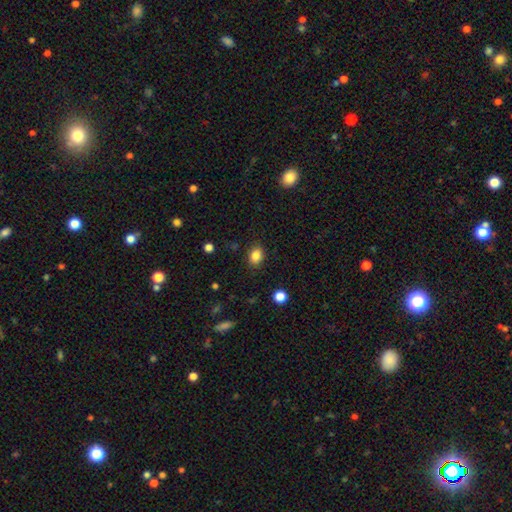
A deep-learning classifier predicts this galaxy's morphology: smooth-or-featured: smooth: 85% | star or artifact: 10% | featured or disk: 5%
  how-rounded: in between: 63% | round: 36% | cigar-shaped: 1%
  merging: none: 87% | minor disturbance: 9% | major disturbance: 3% | merger: 1%